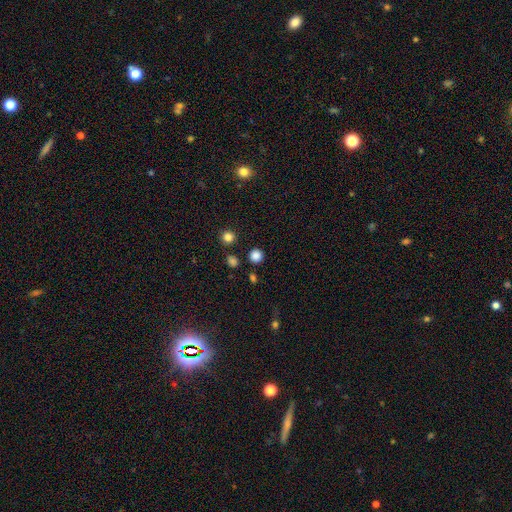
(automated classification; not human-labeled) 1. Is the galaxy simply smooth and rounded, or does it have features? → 83% smooth, 14% star or artifact, 4% featured or disk.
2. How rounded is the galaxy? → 92% round, 7% in between, 1% cigar-shaped.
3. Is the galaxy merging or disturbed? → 86% none, 6% minor disturbance, 5% merger, 3% major disturbance.